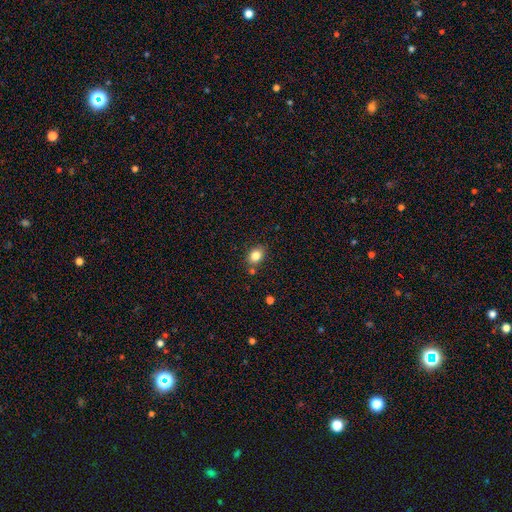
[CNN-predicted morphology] smooth 83%, star or artifact 10%, featured or disk 7%. Down the decision tree: how rounded — in between (62%); merging — none (76%).